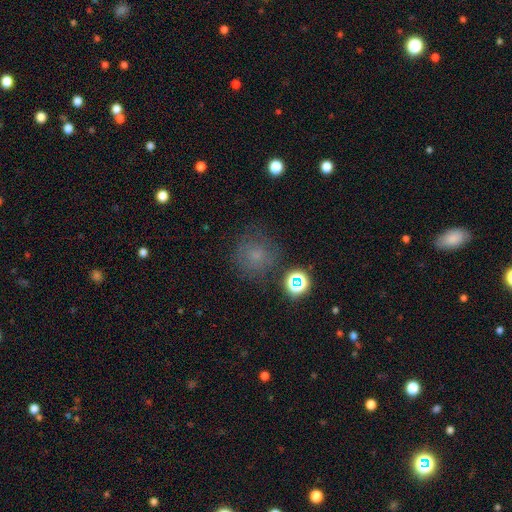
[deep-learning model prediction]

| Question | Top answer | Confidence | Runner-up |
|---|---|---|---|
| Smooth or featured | smooth | 60% | star or artifact (24%) |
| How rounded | round | 89% | in between (10%) |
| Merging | none | 72% | minor disturbance (16%) |